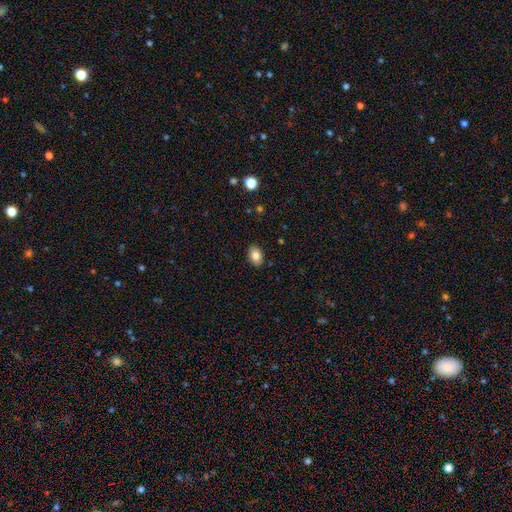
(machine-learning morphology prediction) Smooth or featured? smooth (83%)
How rounded? in between (84%)
Merging? none (88%)